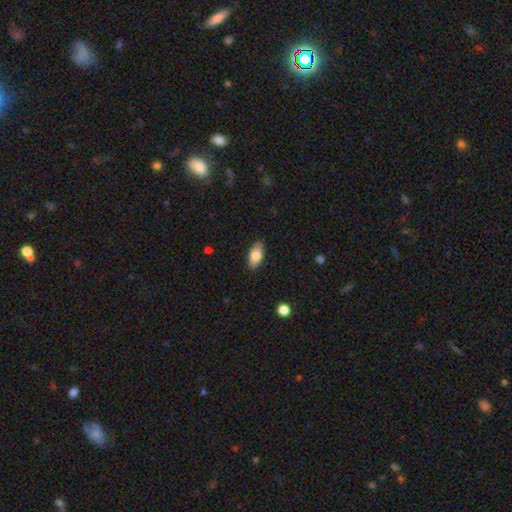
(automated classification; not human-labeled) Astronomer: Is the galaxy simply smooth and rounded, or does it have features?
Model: smooth — 80%.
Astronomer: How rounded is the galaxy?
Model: in between — 89%.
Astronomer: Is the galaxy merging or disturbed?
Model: none — 87%.